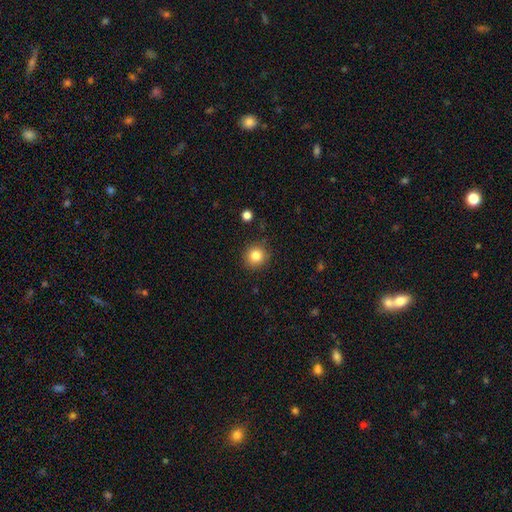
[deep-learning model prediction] Smooth or featured? smooth (83%)
How rounded? round (92%)
Merging? none (89%)